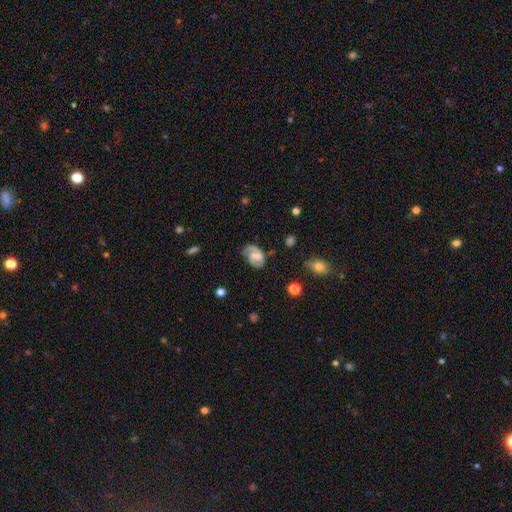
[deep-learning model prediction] Smooth or featured: featured or disk — 65% (smooth — 28%)
Edge-on disk: no — 97% (yes — 3%)
Bar: weak — 49% (no — 35%)
Spiral arms: yes — 88% (no — 12%)
Spiral winding: medium — 44% (tight — 35%)
Spiral arm count: 2 — 63% (1 — 23%)
Bulge size: moderate — 36% (small — 34%)
Merging: none — 61% (minor disturbance — 24%)